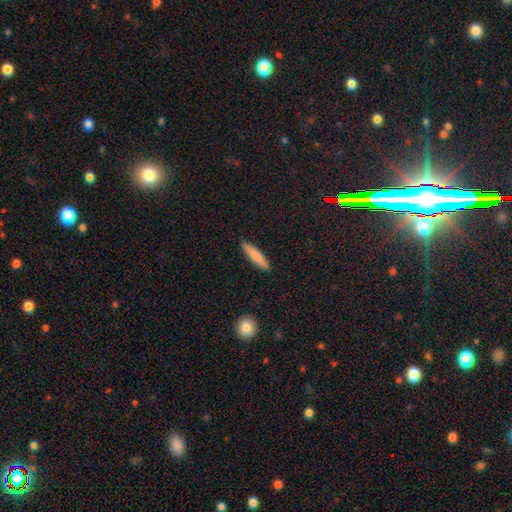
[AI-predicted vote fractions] Smooth or featured?
  - smooth: 80% *
  - featured or disk: 14%
  - star or artifact: 6%
How rounded?
  - cigar-shaped: 82% *
  - in between: 17%
  - round: 2%
Merging?
  - none: 90% *
  - minor disturbance: 7%
  - major disturbance: 2%
  - merger: 1%